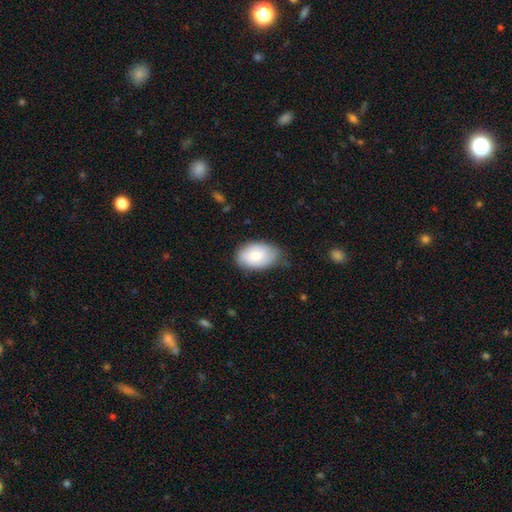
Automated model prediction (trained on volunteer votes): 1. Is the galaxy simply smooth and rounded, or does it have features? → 72% smooth, 22% featured or disk, 6% star or artifact.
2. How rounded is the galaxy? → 88% in between, 11% round, 1% cigar-shaped.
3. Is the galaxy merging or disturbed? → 63% none, 30% minor disturbance, 5% major disturbance, 1% merger.